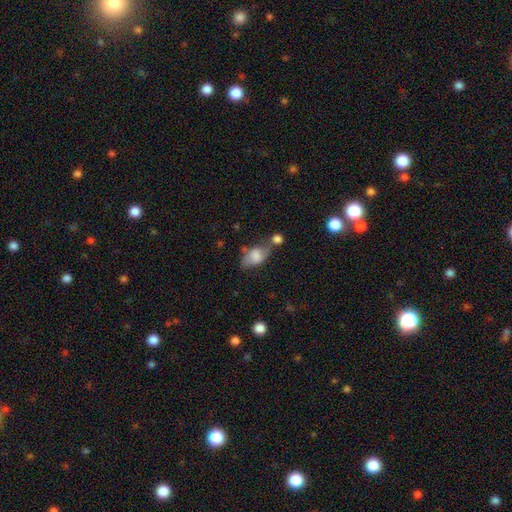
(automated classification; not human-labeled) Smooth or featured?
  - smooth: 65% *
  - featured or disk: 25%
  - star or artifact: 9%
How rounded?
  - in between: 85% *
  - round: 11%
  - cigar-shaped: 4%
Merging?
  - none: 38% *
  - merger: 25%
  - minor disturbance: 23%
  - major disturbance: 14%